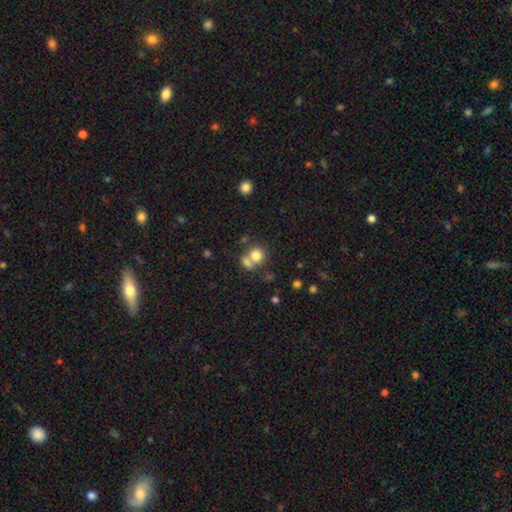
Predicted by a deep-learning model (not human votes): smooth_or_featured: smooth (p=0.78) [alt: star or artifact p=0.12]
how_rounded: round (p=0.80) [alt: in between p=0.18]
merging: none (p=0.45) [alt: merger p=0.43]